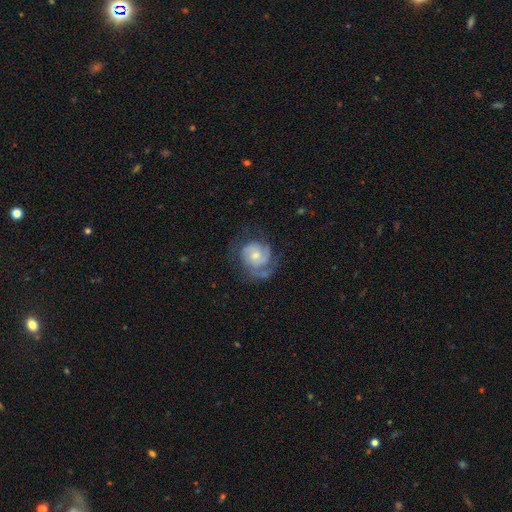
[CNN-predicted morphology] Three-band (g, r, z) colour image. It shows a featured or disk galaxy (75%) with no bar (71%), 2 (35%) tight (51%) spiral arms (91%) and a small central bulge (53%). Merging: none (54%).